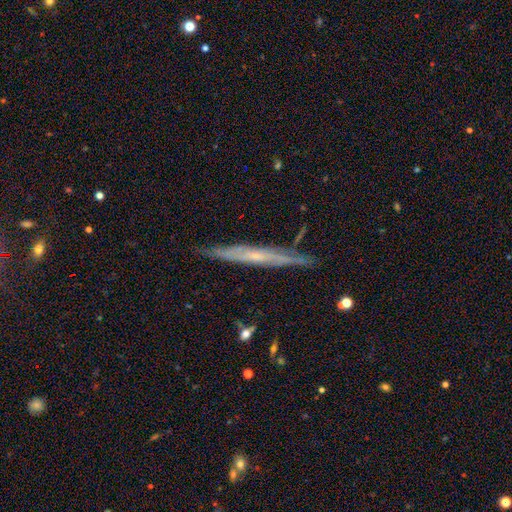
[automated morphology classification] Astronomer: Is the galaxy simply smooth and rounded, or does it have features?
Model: featured or disk — 66%.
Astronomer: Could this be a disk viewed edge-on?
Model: yes — 93%.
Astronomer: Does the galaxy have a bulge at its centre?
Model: none — 67%.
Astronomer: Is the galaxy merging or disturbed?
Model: none — 84%.